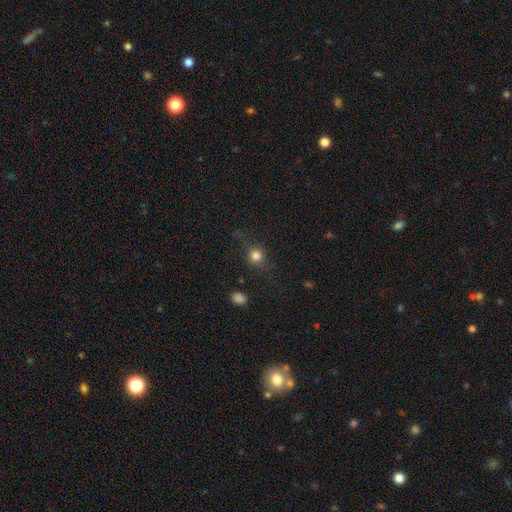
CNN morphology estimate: smooth 79%, star or artifact 14%, featured or disk 8%. Down the decision tree: how rounded — round (85%); merging — none (76%).